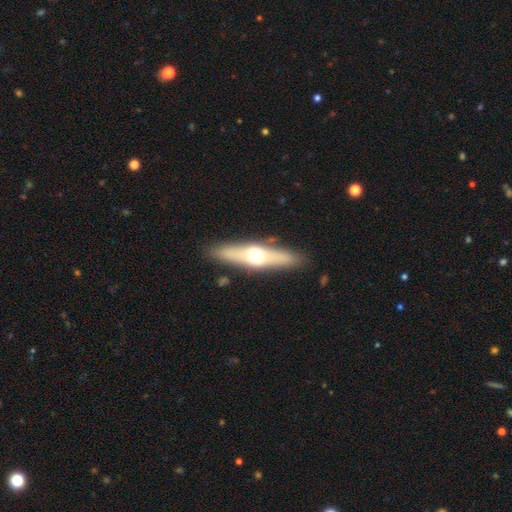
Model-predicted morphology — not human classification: Smooth or featured? Predicted: featured or disk (p=0.52). Edge-on disk? Predicted: yes (p=0.85). Merging? Predicted: none (p=0.87).